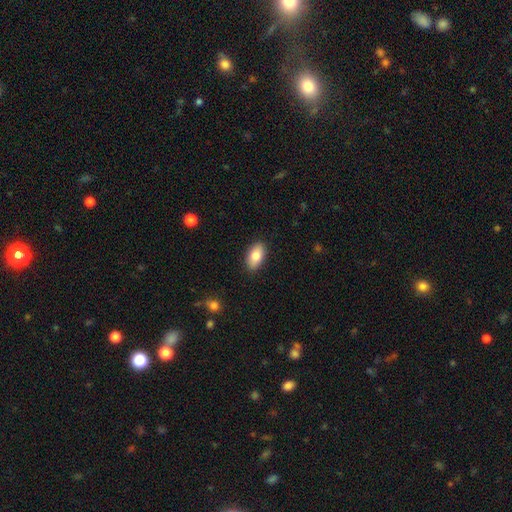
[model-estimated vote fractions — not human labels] Smooth or featured: smooth — 80% (featured or disk — 13%)
How rounded: in between — 92% (round — 4%)
Merging: none — 89% (minor disturbance — 8%)